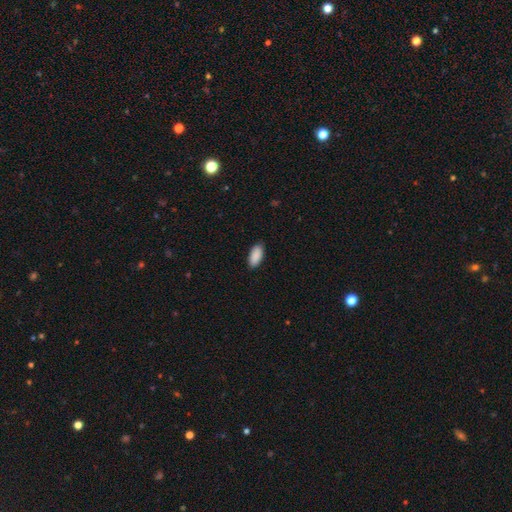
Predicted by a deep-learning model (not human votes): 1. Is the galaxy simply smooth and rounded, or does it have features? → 91% smooth, 6% star or artifact, 3% featured or disk.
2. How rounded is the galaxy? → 91% in between, 7% cigar-shaped, 2% round.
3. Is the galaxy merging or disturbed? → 88% none, 9% minor disturbance, 2% major disturbance, 1% merger.